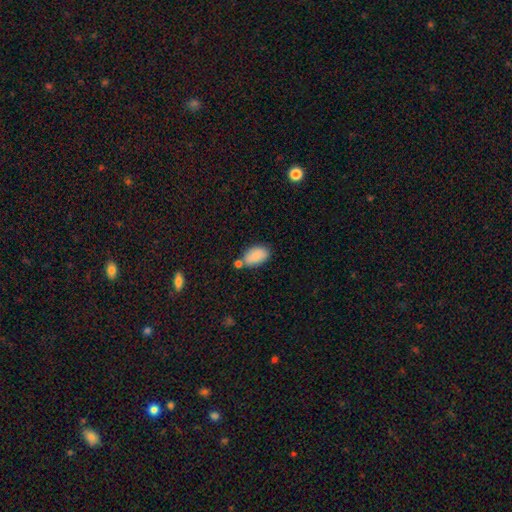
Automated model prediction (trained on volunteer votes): Smooth or featured? Predicted: smooth (p=0.85). How rounded? Predicted: in between (p=0.93). Merging? Predicted: none (p=0.60).